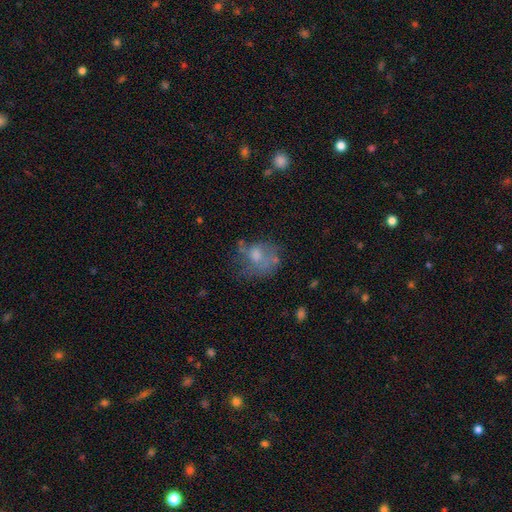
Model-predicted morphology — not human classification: Smooth or featured: smooth — 45% (featured or disk — 40%)
Merging: none — 43% (major disturbance — 27%)